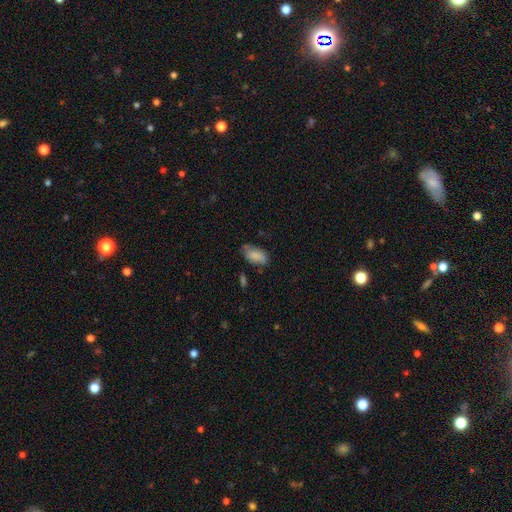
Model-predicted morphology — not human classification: Smooth or featured? Predicted: smooth (p=0.82). How rounded? Predicted: in between (p=0.93). Merging? Predicted: none (p=0.60).